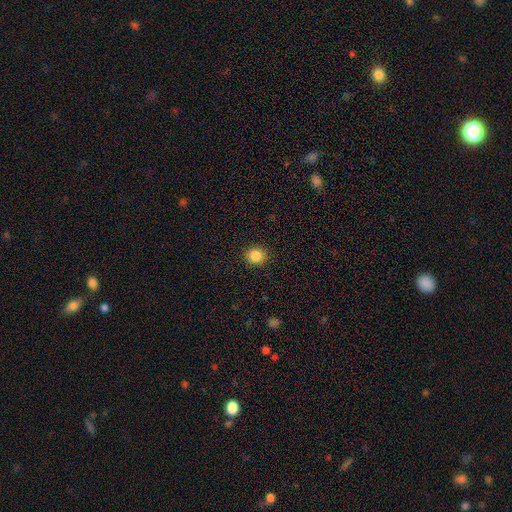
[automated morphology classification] Smooth or featured: smooth — 86% (star or artifact — 10%)
How rounded: round — 87% (in between — 12%)
Merging: none — 91% (minor disturbance — 6%)